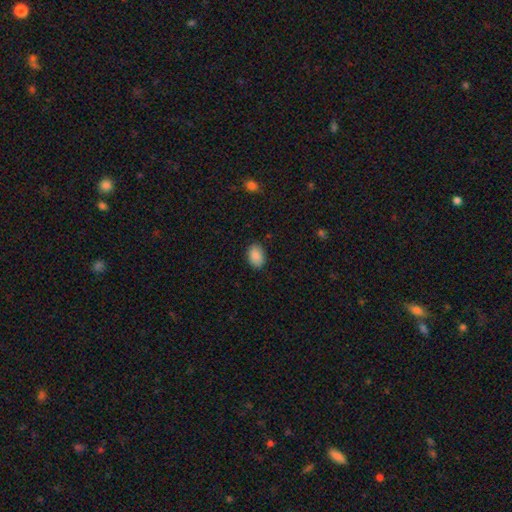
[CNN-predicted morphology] Smooth or featured?
  - smooth: 89% *
  - star or artifact: 7%
  - featured or disk: 4%
How rounded?
  - in between: 84% *
  - round: 15%
  - cigar-shaped: 1%
Merging?
  - none: 85% *
  - minor disturbance: 11%
  - major disturbance: 3%
  - merger: 1%